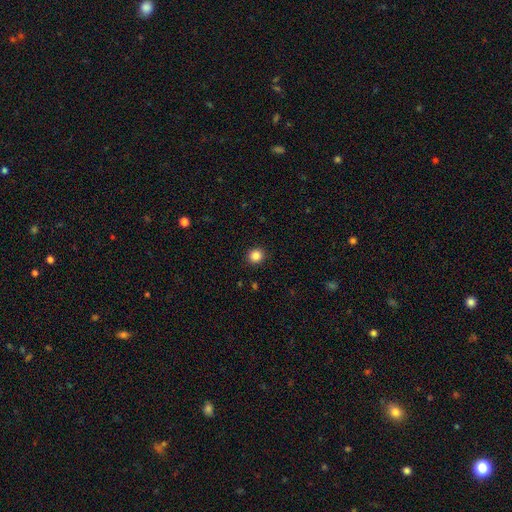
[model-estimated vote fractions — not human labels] This is clearly a smooth galaxy (86%). How rounded: clearly round (92%). Merging: clearly none (92%).